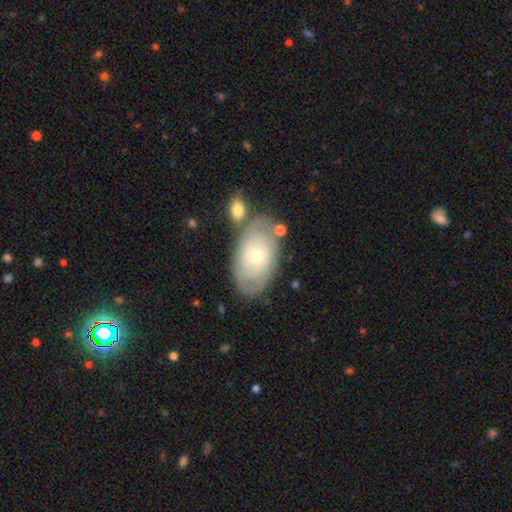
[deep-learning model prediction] This appears to be a featured or disk galaxy (58%) with no bar (84%), spiral arms (59%) and a small central bulge (54%). Merging: none (65%).